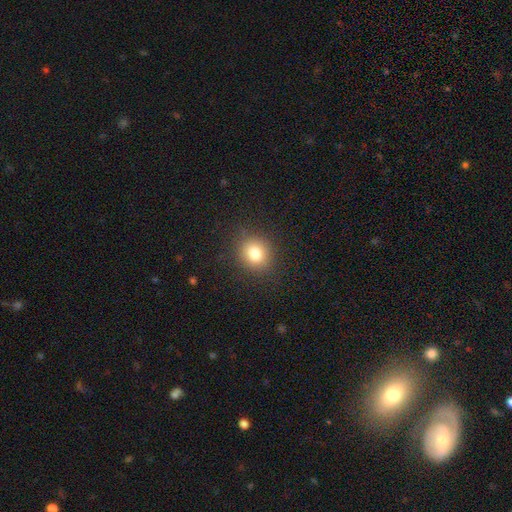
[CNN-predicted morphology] smooth 82%, star or artifact 12%, featured or disk 6%. Down the decision tree: how rounded — round (70%); merging — none (86%).